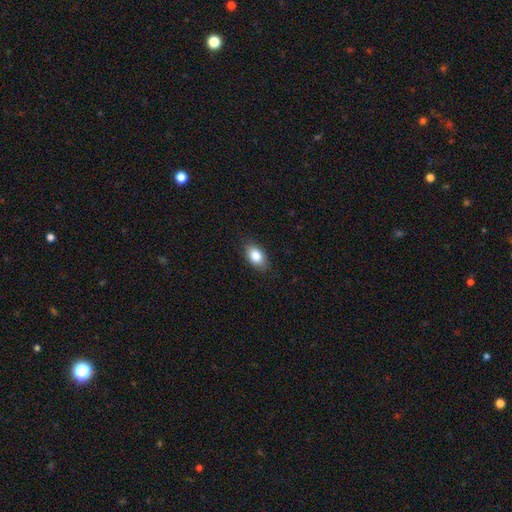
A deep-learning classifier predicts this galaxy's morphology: A smooth galaxy with no disk features (83%) that is in between round and cigar-shaped (90%).

Vote fractions:
- Smooth or featured? smooth: 83% / featured or disk: 9% / star or artifact: 7%
- How rounded? in between: 90% / round: 7% / cigar-shaped: 2%
- Merging? none: 85% / minor disturbance: 11% / major disturbance: 2% / merger: 1%